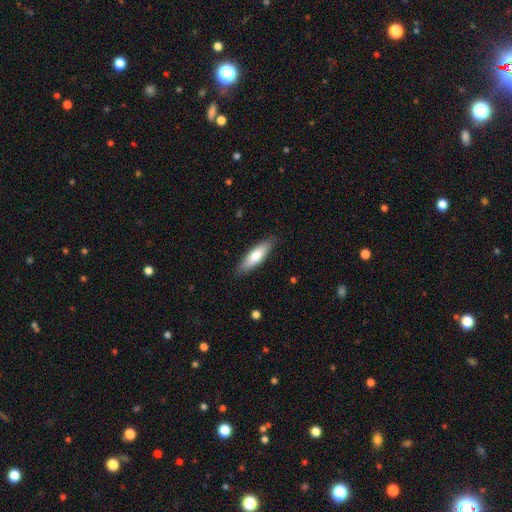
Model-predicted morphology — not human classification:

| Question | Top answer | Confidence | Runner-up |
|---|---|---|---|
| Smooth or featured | smooth | 73% | featured or disk (22%) |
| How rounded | cigar-shaped | 57% | in between (42%) |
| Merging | none | 87% | minor disturbance (10%) |